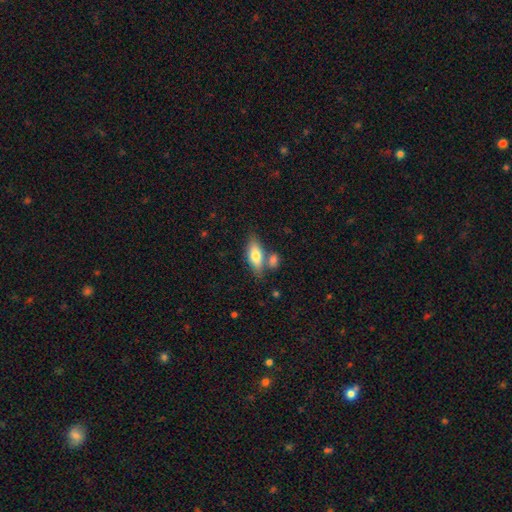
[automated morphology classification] Overall: smooth (72%). How rounded: in between (73%). Merging: none (58%; merger 23%).